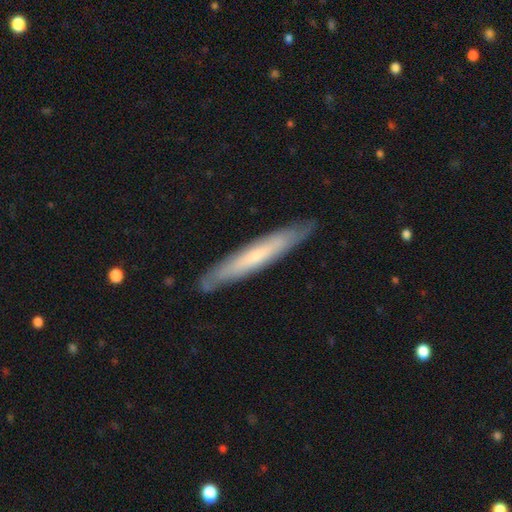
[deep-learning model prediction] A featured or disk galaxy (52%) viewed edge-on (77%).

Vote fractions:
- Smooth or featured? featured or disk: 52% / smooth: 42% / star or artifact: 6%
- Edge-on disk? yes: 77% / no: 23%
- Merging? none: 86% / minor disturbance: 11% / major disturbance: 2% / merger: 1%